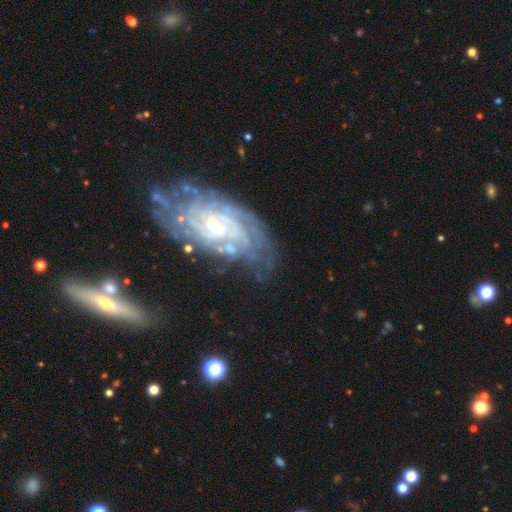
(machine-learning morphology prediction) A featured or disk galaxy (84%) with no bar (61%), tight (73%) spiral arms (95%) and a small central bulge (70%). Merging: none (68%).